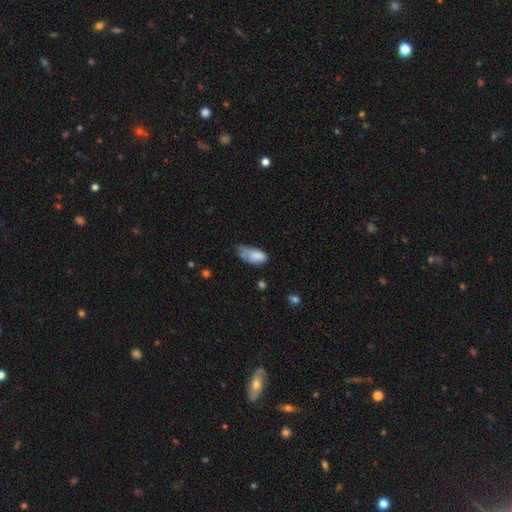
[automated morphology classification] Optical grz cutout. It shows a smooth galaxy with no disk features (75%) that is in between round and cigar-shaped (89%). Merging: minor disturbance (39%).